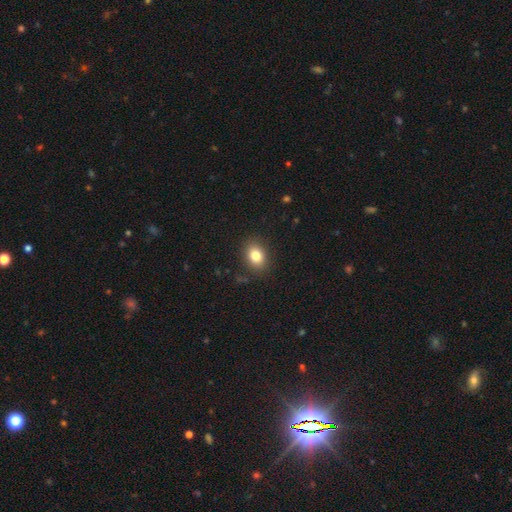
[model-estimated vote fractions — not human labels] Overall: smooth (82%). How rounded: in between (62%; round 37%). Merging: none (87%).